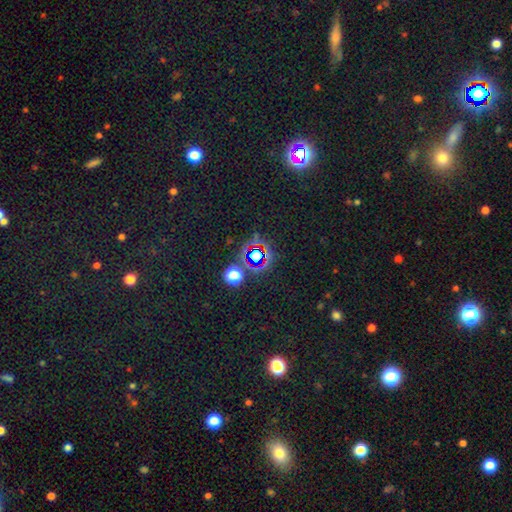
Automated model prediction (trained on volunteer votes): Morphology: type=star or artifact (68%).